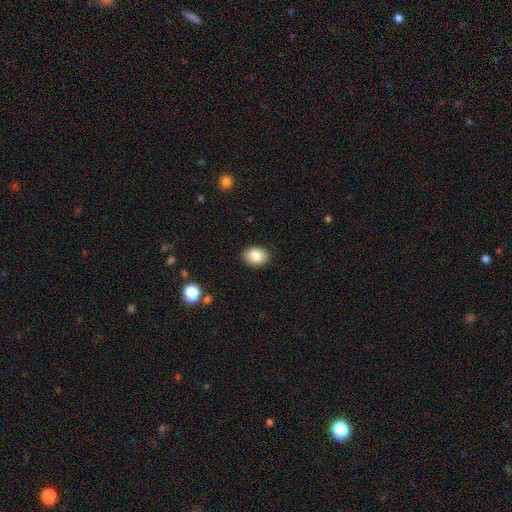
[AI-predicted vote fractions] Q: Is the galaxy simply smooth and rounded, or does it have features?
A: smooth — 85%.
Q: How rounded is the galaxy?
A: in between — 63%.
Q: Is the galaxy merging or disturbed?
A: none — 89%.